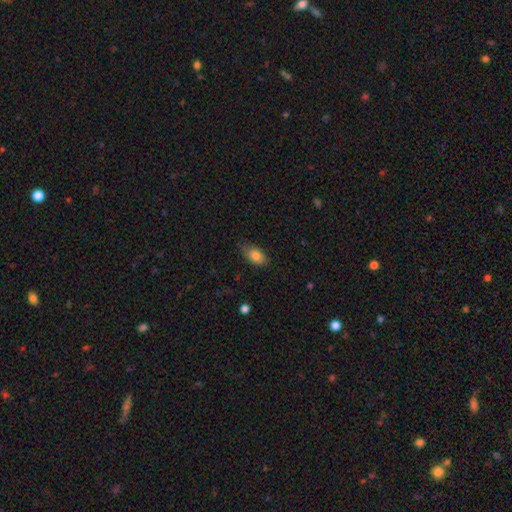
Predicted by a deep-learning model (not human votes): smooth-or-featured: smooth: 83% | featured or disk: 9% | star or artifact: 8%
  how-rounded: in between: 90% | round: 6% | cigar-shaped: 4%
  merging: none: 78% | minor disturbance: 18% | major disturbance: 3% | merger: 1%